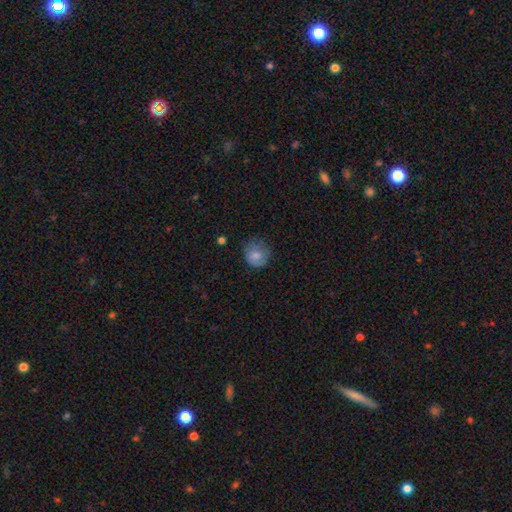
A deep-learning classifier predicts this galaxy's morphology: smooth_or_featured: smooth (p=0.78) [alt: featured or disk p=0.13]
how_rounded: round (p=0.82) [alt: in between p=0.17]
merging: none (p=0.63) [alt: minor disturbance p=0.26]